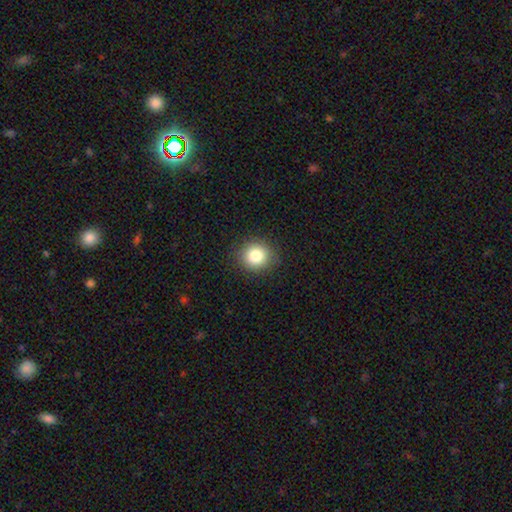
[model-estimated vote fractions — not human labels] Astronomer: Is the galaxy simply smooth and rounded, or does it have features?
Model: smooth — 82%.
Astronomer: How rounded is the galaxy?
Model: round — 86%.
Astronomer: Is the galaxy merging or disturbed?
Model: none — 89%.